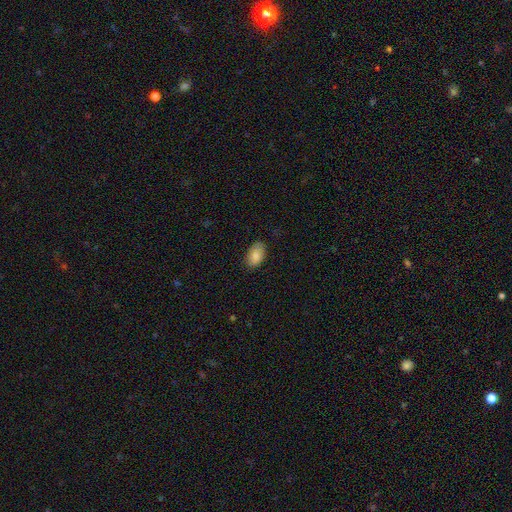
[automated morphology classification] This is clearly a smooth galaxy (84%). How rounded: clearly in between (93%). Merging: likely none (80%).